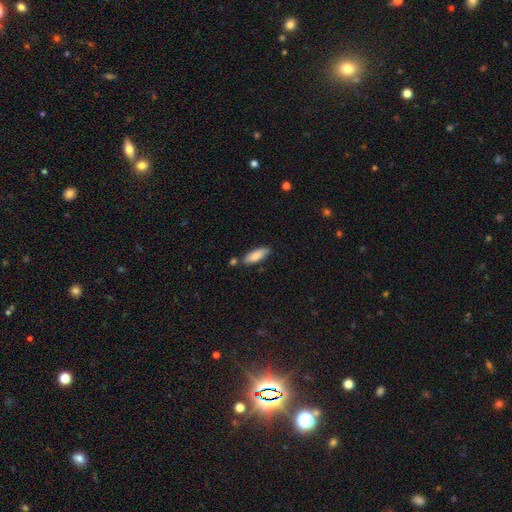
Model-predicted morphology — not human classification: Smooth or featured?
  - smooth: 83% *
  - featured or disk: 11%
  - star or artifact: 6%
How rounded?
  - in between: 62% *
  - cigar-shaped: 36%
  - round: 2%
Merging?
  - none: 77% *
  - minor disturbance: 14%
  - merger: 6%
  - major disturbance: 3%